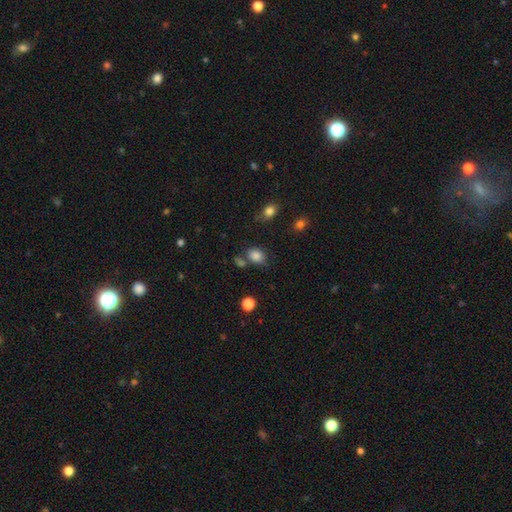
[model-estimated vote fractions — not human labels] A smooth galaxy with no disk features (83%) that is in between round and cigar-shaped (65%). Merging: none (63%).